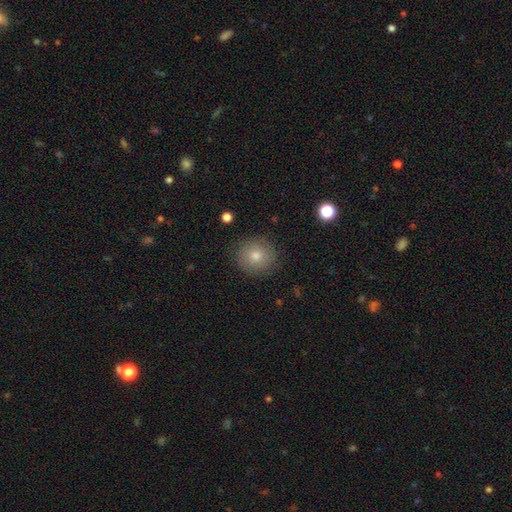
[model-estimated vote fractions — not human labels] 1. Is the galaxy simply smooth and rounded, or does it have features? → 78% smooth, 12% featured or disk, 10% star or artifact.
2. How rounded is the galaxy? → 91% round, 8% in between, 1% cigar-shaped.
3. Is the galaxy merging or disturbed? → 87% none, 9% minor disturbance, 3% major disturbance, 1% merger.